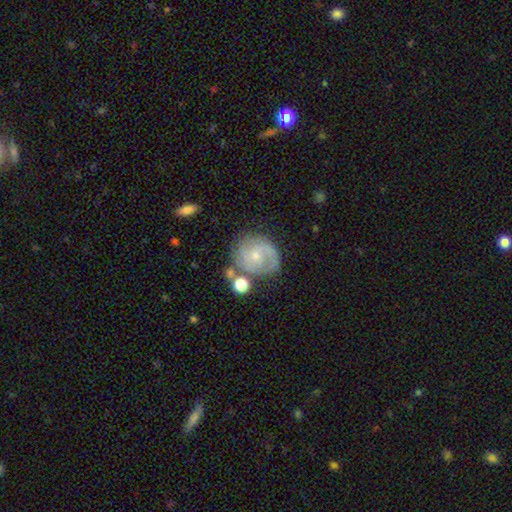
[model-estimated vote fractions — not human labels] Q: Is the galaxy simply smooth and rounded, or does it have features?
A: featured or disk — 69%.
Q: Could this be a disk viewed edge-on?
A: no — 98%.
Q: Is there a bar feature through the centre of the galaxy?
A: no — 71%.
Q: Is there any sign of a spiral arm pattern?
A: yes — 88%.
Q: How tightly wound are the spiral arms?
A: tight — 47%.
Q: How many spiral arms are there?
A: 2 — 50%.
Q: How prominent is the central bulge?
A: small — 70%.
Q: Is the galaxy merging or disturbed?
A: none — 60%.